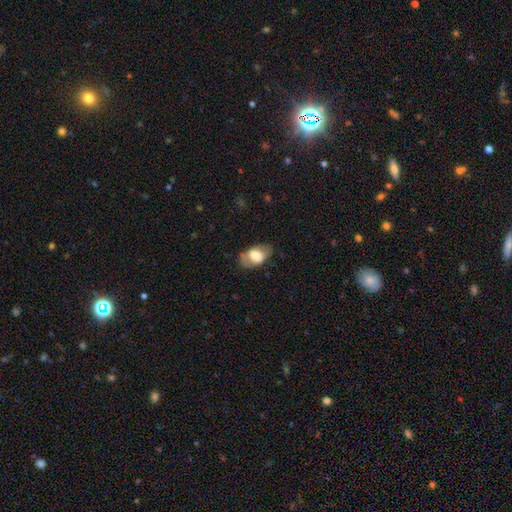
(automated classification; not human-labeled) Overall: smooth (63%; featured or disk 30%). How rounded: in between (91%). Merging: none (71%).